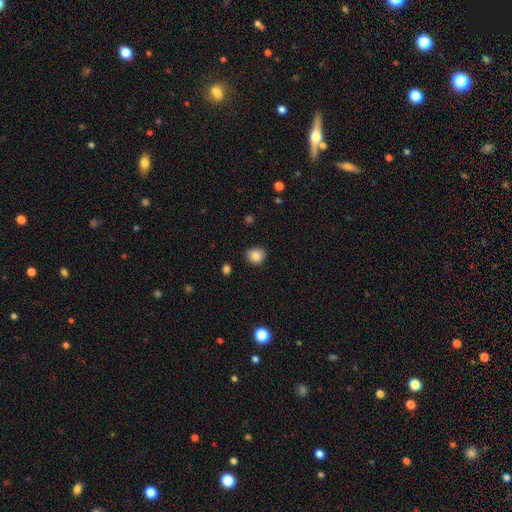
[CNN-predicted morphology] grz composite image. It shows a smooth galaxy with no disk features (87%) that is round (83%). Merging: none (86%).